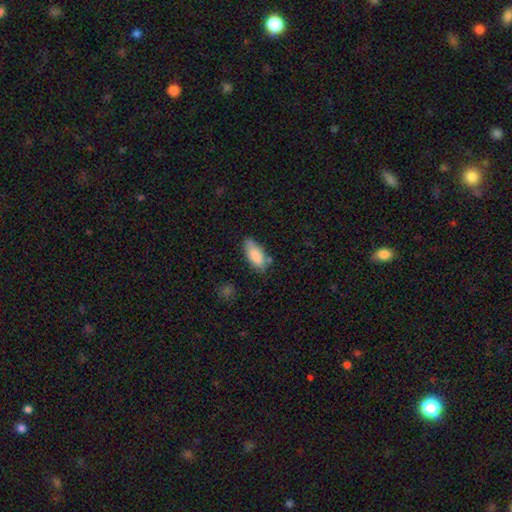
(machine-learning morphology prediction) smooth-or-featured: smooth: 84% | featured or disk: 10% | star or artifact: 7%
  how-rounded: in between: 86% | cigar-shaped: 12% | round: 2%
  merging: none: 66% | minor disturbance: 24% | merger: 5% | major disturbance: 5%